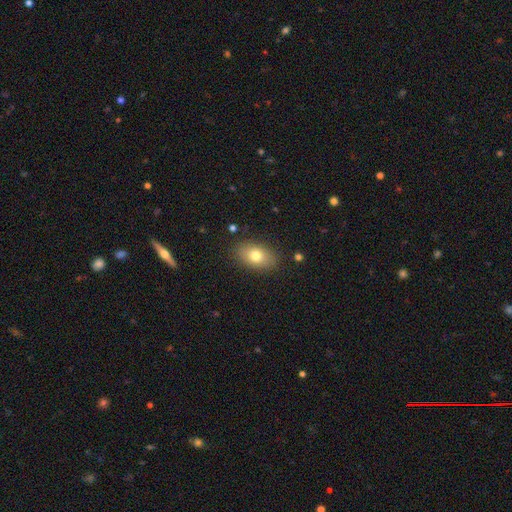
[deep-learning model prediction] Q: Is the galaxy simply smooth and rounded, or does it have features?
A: smooth — 76%.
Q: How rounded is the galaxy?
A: in between — 86%.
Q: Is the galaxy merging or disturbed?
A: none — 85%.